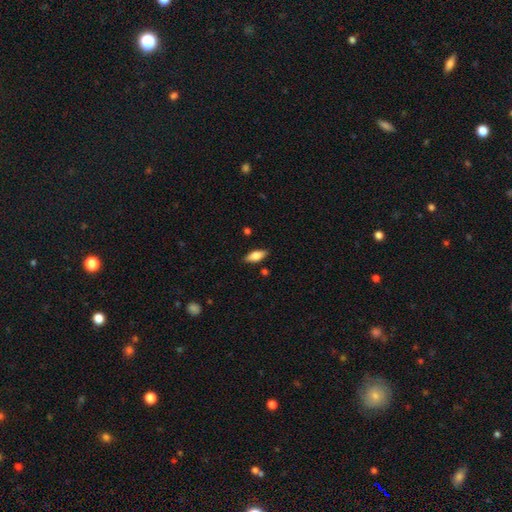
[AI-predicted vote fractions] A smooth galaxy with no disk features (74%) that is in between round and cigar-shaped (78%). Merging: none (86%).